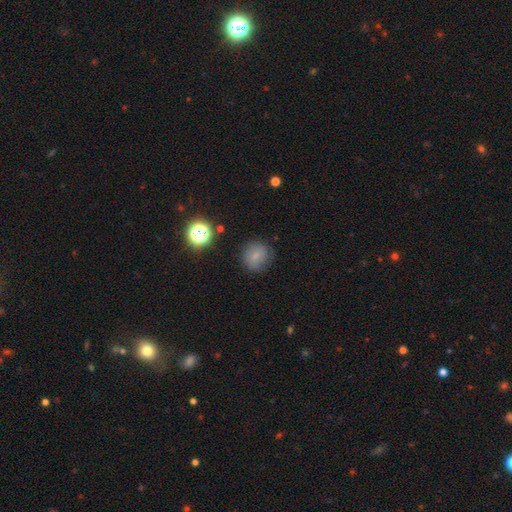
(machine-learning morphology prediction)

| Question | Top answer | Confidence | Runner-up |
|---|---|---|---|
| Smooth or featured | smooth | 75% | star or artifact (14%) |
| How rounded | round | 86% | in between (13%) |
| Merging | none | 80% | minor disturbance (14%) |